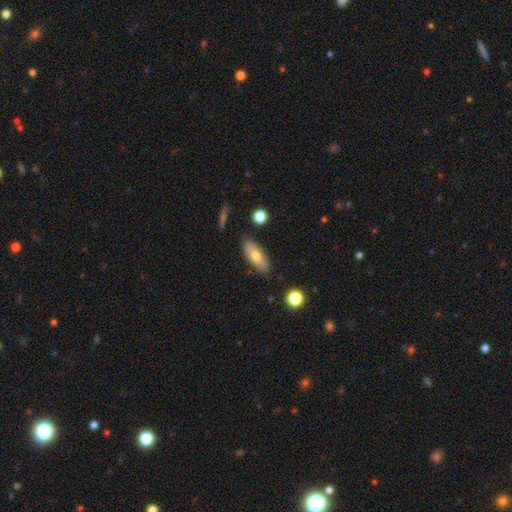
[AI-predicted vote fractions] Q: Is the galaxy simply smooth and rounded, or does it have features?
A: smooth — 67%.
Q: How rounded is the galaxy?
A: in between — 74%.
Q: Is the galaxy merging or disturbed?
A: none — 83%.